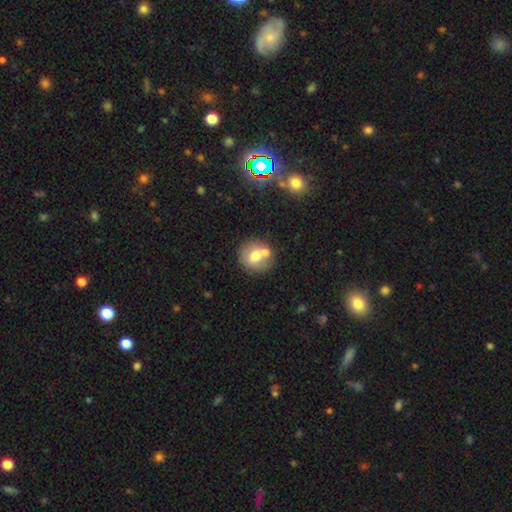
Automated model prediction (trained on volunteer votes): A smooth galaxy with no disk features (66%) that is round (84%). Merging: none (58%).